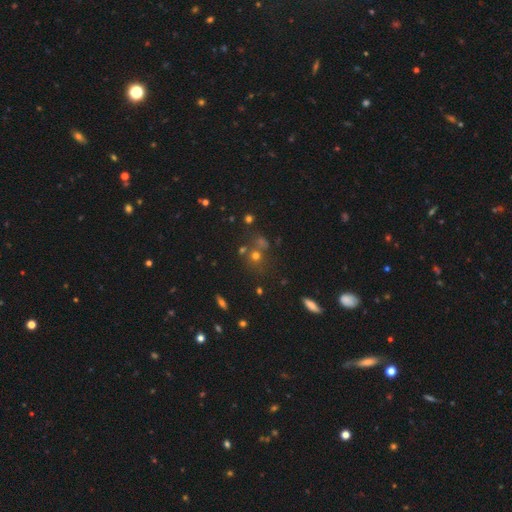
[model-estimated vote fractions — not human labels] smooth 59%, star or artifact 27%, featured or disk 14%. Down the decision tree: how rounded — round (82%); merging — none (60%).